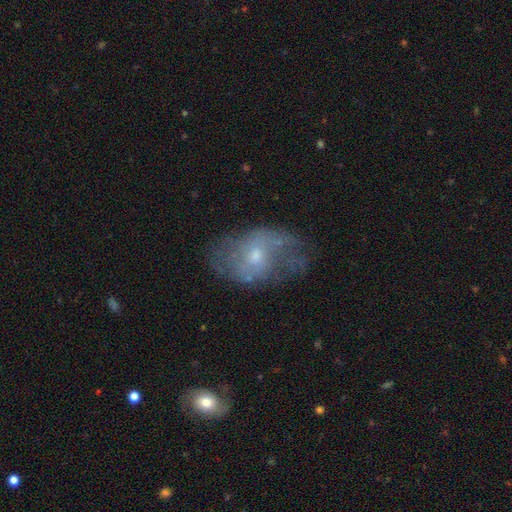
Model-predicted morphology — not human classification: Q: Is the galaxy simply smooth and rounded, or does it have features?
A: featured or disk — 59%.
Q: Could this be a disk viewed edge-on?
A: no — 95%.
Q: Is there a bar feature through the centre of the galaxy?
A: no — 73%.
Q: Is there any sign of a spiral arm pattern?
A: yes — 53%.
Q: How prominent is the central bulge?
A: small — 48%.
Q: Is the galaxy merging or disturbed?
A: none — 47%.